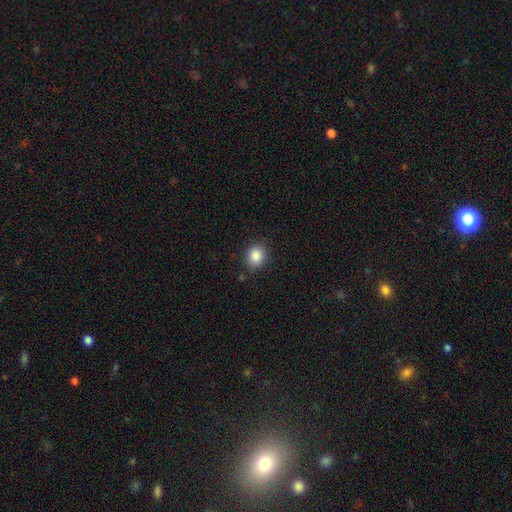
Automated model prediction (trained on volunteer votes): Morphology: type=smooth (86%); roundness=round (66%); merging=none (86%).